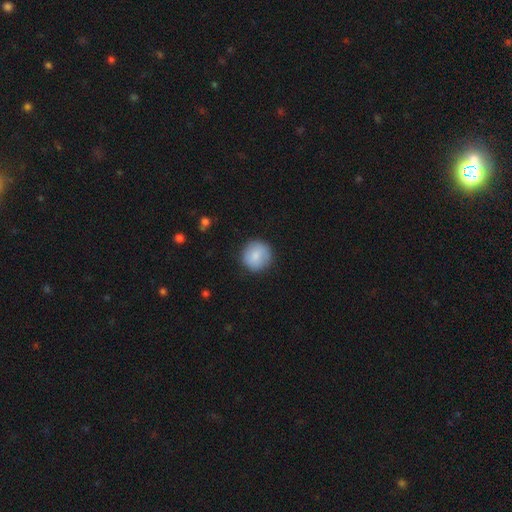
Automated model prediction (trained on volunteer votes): Smooth or featured? smooth (84%)
How rounded? round (94%)
Merging? none (87%)